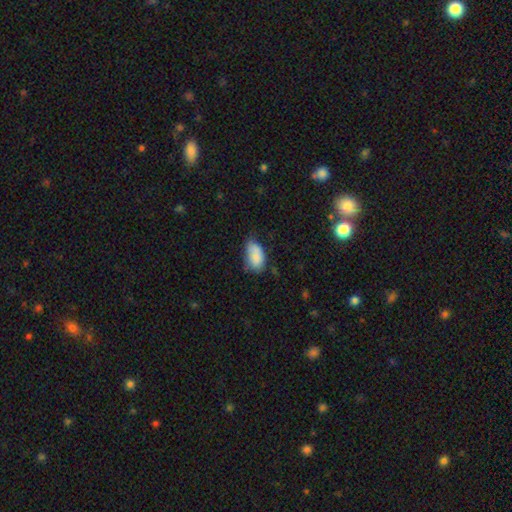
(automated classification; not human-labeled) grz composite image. It shows a smooth galaxy with no disk features (83%) that is in between round and cigar-shaped (93%). Merging: none (42%).